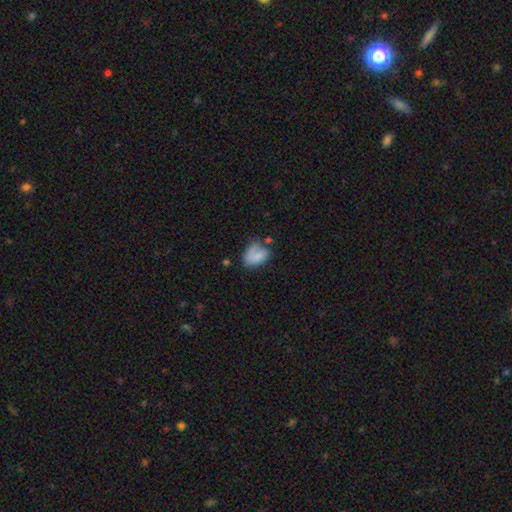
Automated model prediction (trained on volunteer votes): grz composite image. It shows a smooth galaxy with no disk features (74%) that is in between round and cigar-shaped (81%). Merging: none (39%).